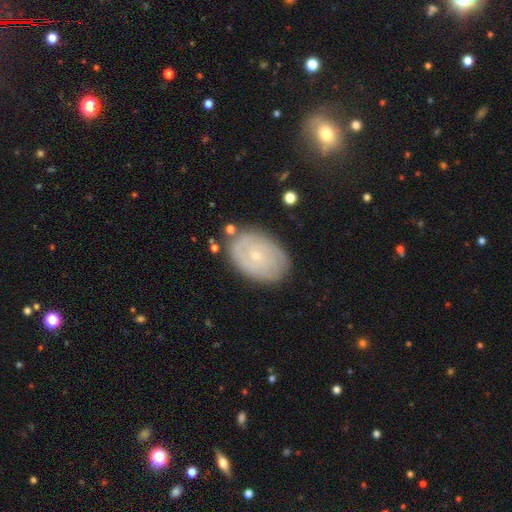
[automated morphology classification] The model was most divided on "spiral arm count": can't tell: 50%, 2: 24%, 3: 10%, 4: 7%, more than 4: 4%, 1: 4%. More confident: edge-on disk — no (95%); spiral arms — yes (81%); bulge size — small (81%); bar — no (79%); merging — none (78%); spiral winding — tight (72%); smooth or featured — featured or disk (67%).